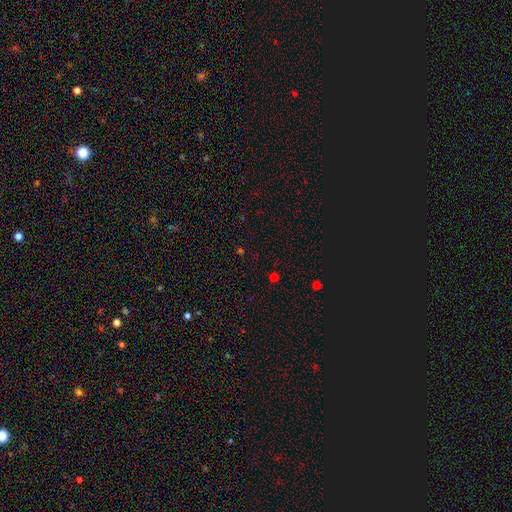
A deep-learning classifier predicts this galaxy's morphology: Overall: star or artifact (51%; smooth 43%).